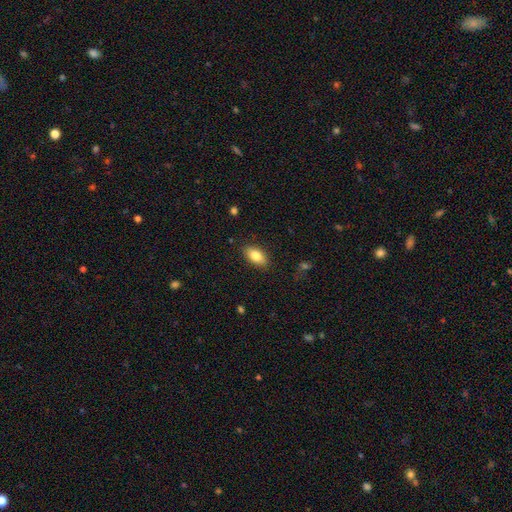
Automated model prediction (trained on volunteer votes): Smooth or featured? Predicted: smooth (p=0.83). How rounded? Predicted: in between (p=0.91). Merging? Predicted: none (p=0.87).